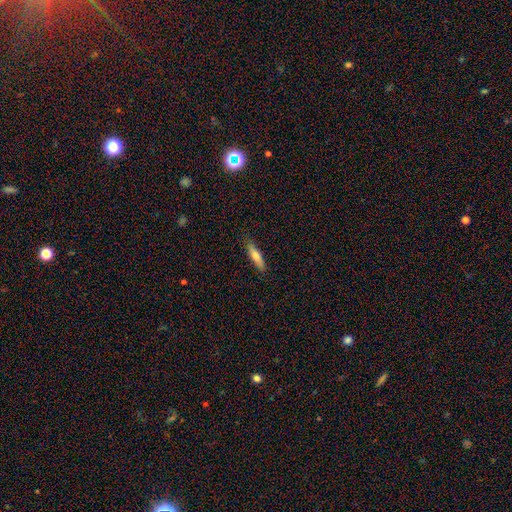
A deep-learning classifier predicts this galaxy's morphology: smooth 66%, featured or disk 27%, star or artifact 7%. Down the decision tree: how rounded — cigar-shaped (79%); merging — none (85%).